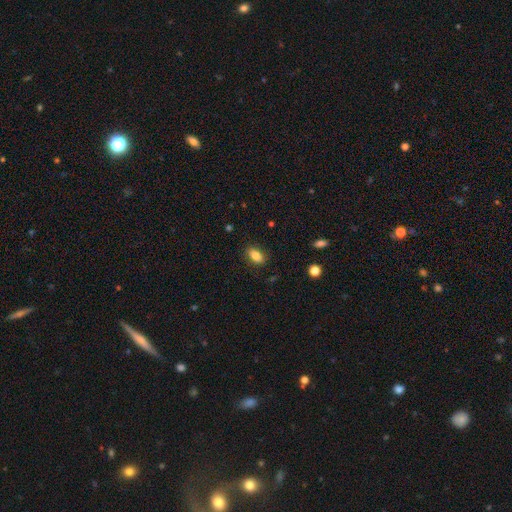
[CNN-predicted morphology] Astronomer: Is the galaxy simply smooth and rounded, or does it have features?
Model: smooth — 83%.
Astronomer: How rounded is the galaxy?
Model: in between — 88%.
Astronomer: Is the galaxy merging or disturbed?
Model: none — 84%.